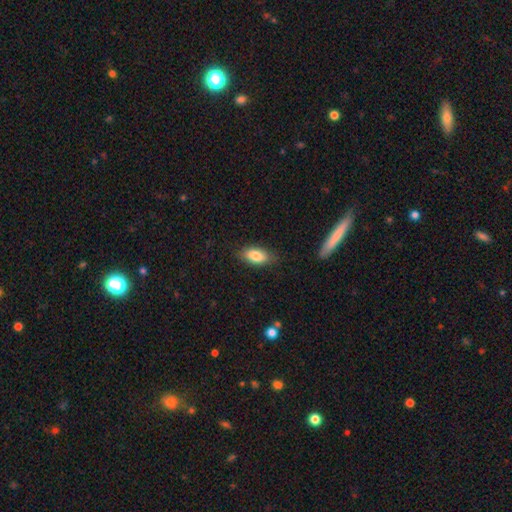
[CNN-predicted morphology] Smooth or featured?
  - smooth: 83% *
  - featured or disk: 10%
  - star or artifact: 7%
How rounded?
  - in between: 89% *
  - cigar-shaped: 7%
  - round: 4%
Merging?
  - none: 83% *
  - minor disturbance: 13%
  - major disturbance: 3%
  - merger: 1%